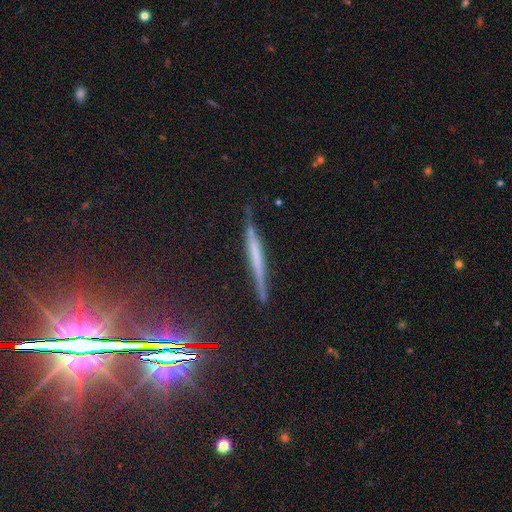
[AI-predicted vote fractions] Q: Smooth or featured?
A: featured or disk (51%); runner-up: smooth (35%)
Q: Edge-on disk?
A: yes (94%); runner-up: no (6%)
Q: Merging?
A: none (79%); runner-up: minor disturbance (16%)